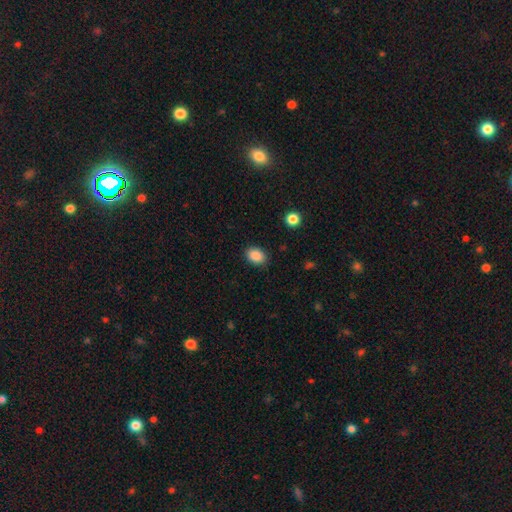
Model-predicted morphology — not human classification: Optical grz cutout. It shows a smooth galaxy with no disk features (88%) that is in between round and cigar-shaped (70%). Merging: none (87%).